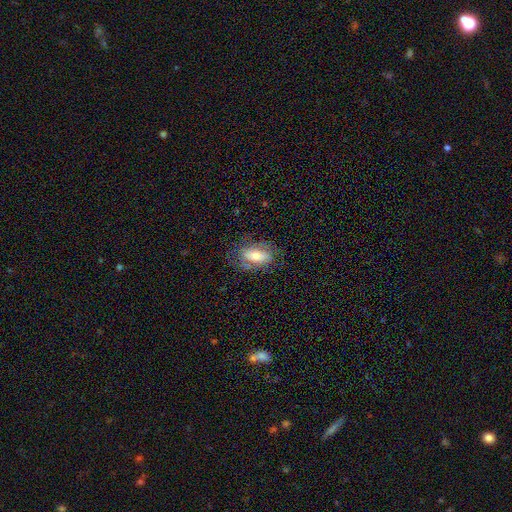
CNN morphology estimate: This appears to be a smooth galaxy with no disk features (53%) that is in between round and cigar-shaped (87%). Merging: none (69%).